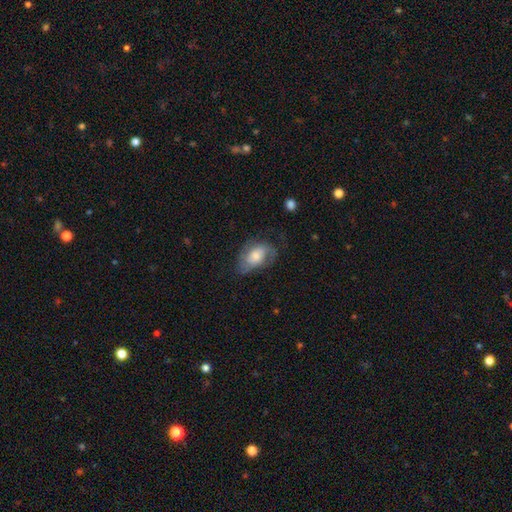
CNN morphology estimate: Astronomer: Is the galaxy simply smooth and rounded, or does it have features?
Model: featured or disk — 46%, tied with smooth at 46%.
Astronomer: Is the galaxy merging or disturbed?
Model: none — 50% (runner-up: minor disturbance, 29%).